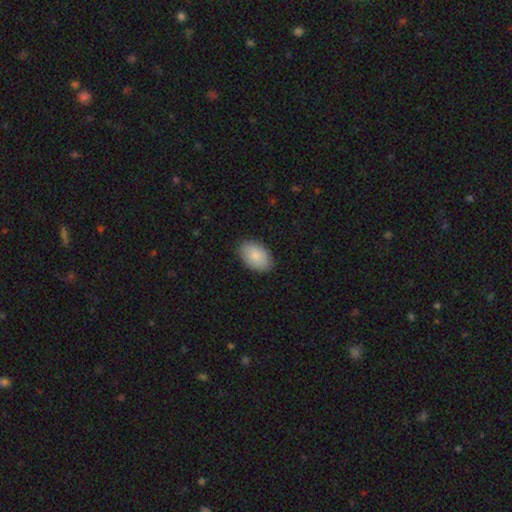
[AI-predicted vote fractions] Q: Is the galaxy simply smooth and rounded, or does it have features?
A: smooth — 84%.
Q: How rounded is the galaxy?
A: in between — 90%.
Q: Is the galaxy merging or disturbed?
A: none — 86%.